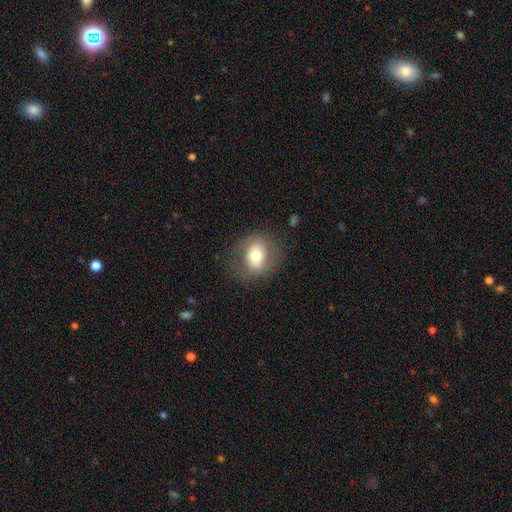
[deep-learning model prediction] smooth 67%, featured or disk 24%, star or artifact 9%. Down the decision tree: how rounded — round (59%); merging — none (76%).